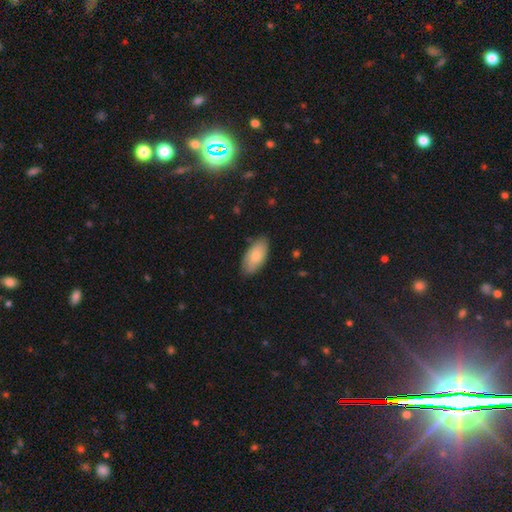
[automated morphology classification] The model was most divided on "smooth or featured": smooth: 79%, featured or disk: 15%, star or artifact: 6%. More confident: how rounded — in between (92%); merging — none (81%).